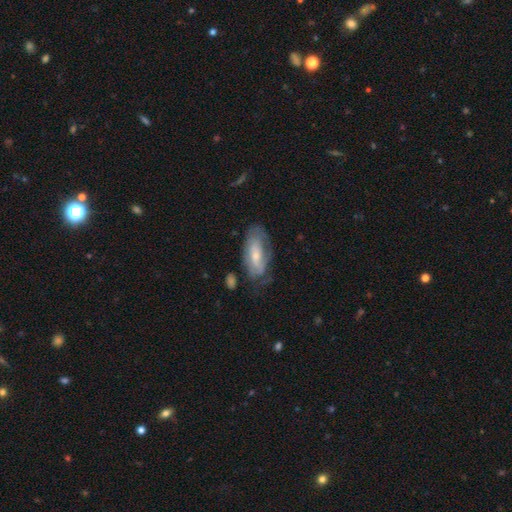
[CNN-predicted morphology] Smooth or featured? Predicted: featured or disk (p=0.51). Edge-on disk? Predicted: no (p=0.86). Merging? Predicted: none (p=0.53).